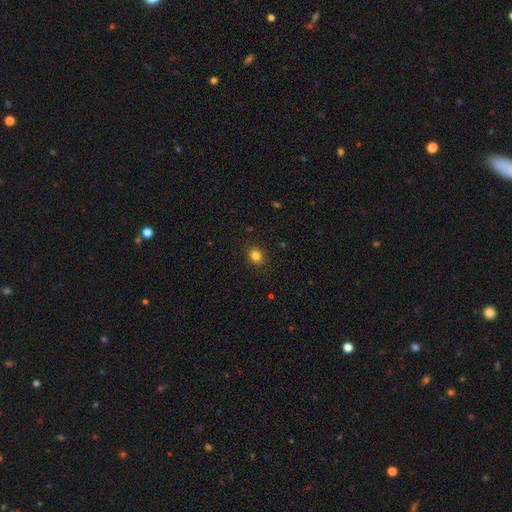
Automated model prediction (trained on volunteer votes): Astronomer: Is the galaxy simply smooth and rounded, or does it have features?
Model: smooth — 82%.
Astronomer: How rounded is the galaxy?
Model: round — 62%.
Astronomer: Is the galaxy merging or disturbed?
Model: none — 90%.